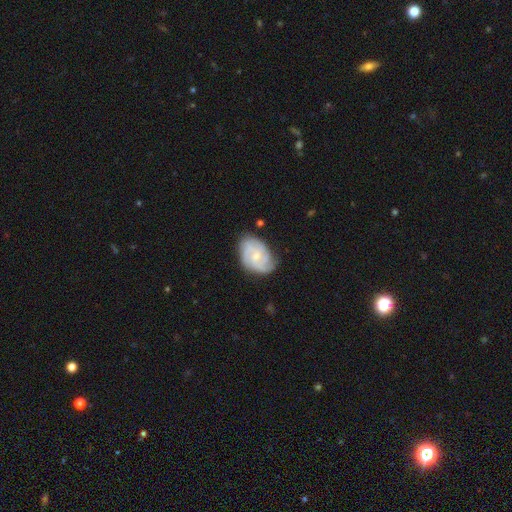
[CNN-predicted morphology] smooth_or_featured: featured or disk (p=0.77) [alt: smooth p=0.17]
disk_edge_on: no (p=0.98) [alt: yes p=0.02]
bar: no (p=0.56) [alt: weak p=0.39]
has_spiral_arms: yes (p=0.95) [alt: no p=0.05]
spiral_winding: tight (p=0.54) [alt: medium p=0.36]
spiral_arm_count: 3 (p=0.36) [alt: can't tell p=0.23]
bulge_size: small (p=0.57) [alt: moderate p=0.34]
merging: none (p=0.70) [alt: minor disturbance p=0.22]